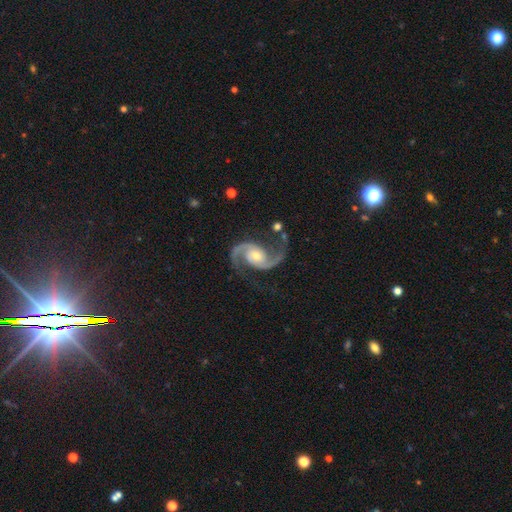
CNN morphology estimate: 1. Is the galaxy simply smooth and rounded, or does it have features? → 93% featured or disk, 4% star or artifact, 3% smooth.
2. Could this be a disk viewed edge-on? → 98% no, 2% yes.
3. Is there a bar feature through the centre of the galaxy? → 63% no, 27% weak, 10% strong.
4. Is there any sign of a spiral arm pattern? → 98% yes, 2% no.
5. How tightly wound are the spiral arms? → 57% medium, 31% loose, 12% tight.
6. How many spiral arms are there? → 94% 2, 1% 3, 1% 1, 1% can't tell, 1% 4, 1% more than 4.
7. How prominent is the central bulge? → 54% moderate, 38% small, 5% large, 2% none, 1% dominant.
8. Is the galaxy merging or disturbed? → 77% none, 13% minor disturbance, 7% major disturbance, 3% merger.